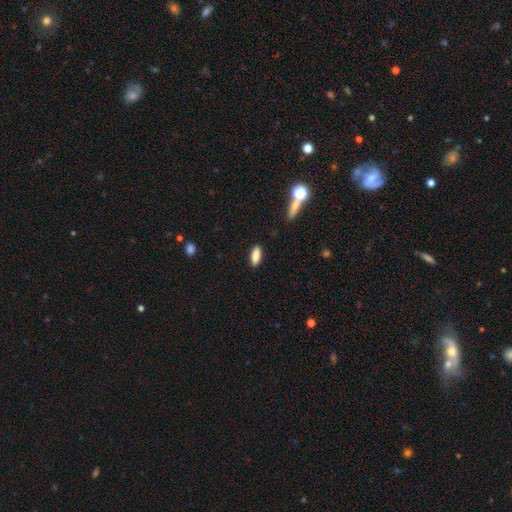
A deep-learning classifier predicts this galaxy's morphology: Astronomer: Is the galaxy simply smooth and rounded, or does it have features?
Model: smooth — 87%.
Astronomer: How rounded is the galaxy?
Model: in between — 76%.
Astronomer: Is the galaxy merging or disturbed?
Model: none — 88%.